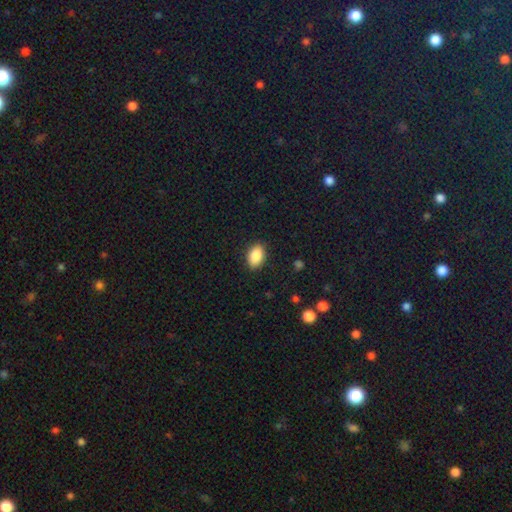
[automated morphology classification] smooth-or-featured: smooth: 88% | star or artifact: 7% | featured or disk: 5%
  how-rounded: in between: 90% | round: 8% | cigar-shaped: 1%
  merging: none: 88% | minor disturbance: 9% | major disturbance: 2% | merger: 1%